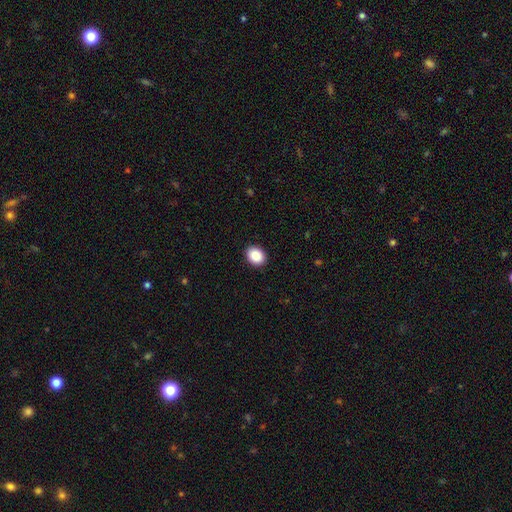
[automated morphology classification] Overall: smooth (89%). How rounded: in between (55%; round 44%). Merging: none (91%).